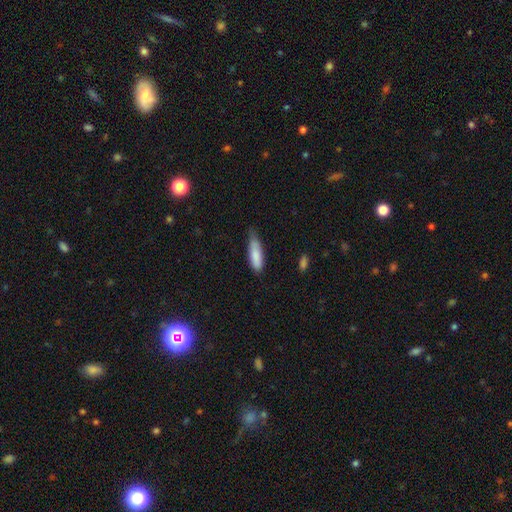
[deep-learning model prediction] Morphology: type=smooth (85%); roundness=cigar-shaped (53%); merging=none (50%).